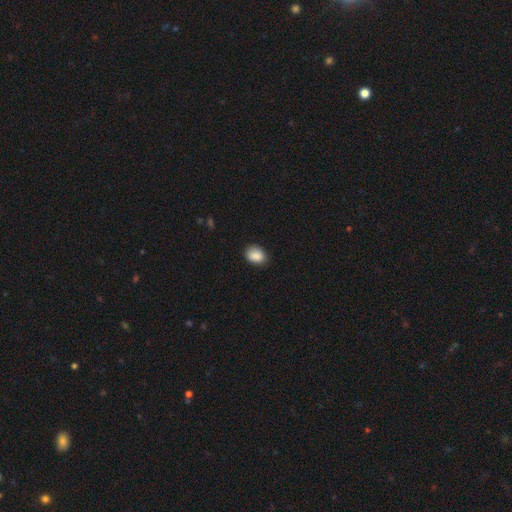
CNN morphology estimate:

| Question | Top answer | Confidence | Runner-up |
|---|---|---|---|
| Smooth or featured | smooth | 89% | star or artifact (8%) |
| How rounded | in between | 69% | round (30%) |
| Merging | none | 82% | minor disturbance (14%) |